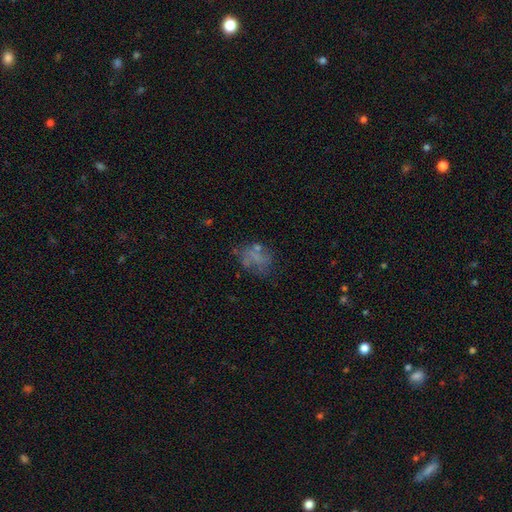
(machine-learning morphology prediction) Smooth or featured: smooth — 48% (featured or disk — 35%)
Merging: none — 48% (major disturbance — 22%)